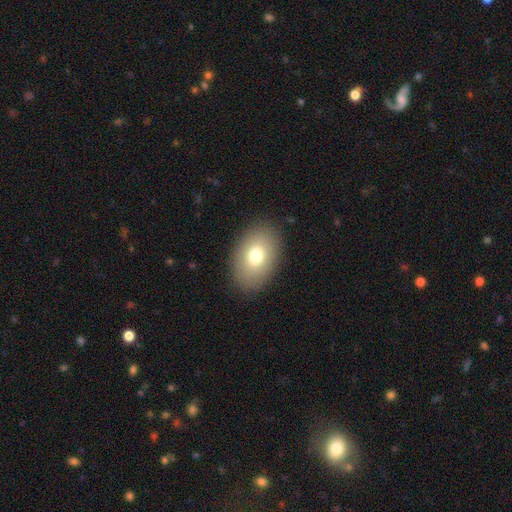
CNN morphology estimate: This is likely a smooth galaxy (76%). How rounded: clearly in between (87%). Merging: clearly none (87%).